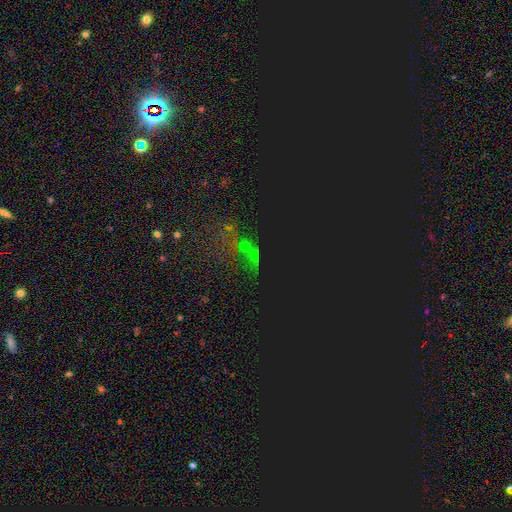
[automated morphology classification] A star or artifact, not a galaxy (75%).

Vote fractions:
- Smooth or featured? star or artifact: 75% / smooth: 15% / featured or disk: 10%